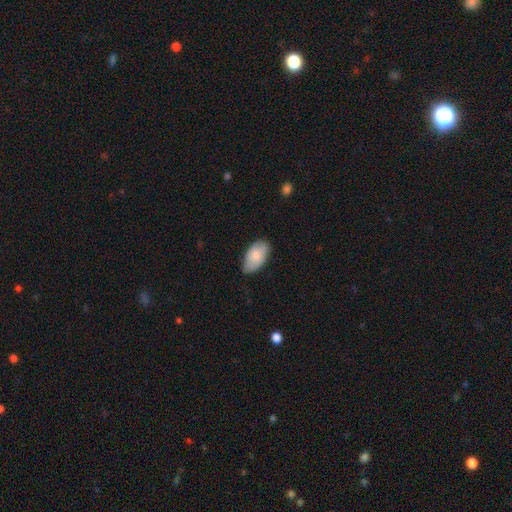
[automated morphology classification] A smooth galaxy with no disk features (81%) that is in between round and cigar-shaped (95%).

Vote fractions:
- Smooth or featured? smooth: 81% / featured or disk: 14% / star or artifact: 6%
- How rounded? in between: 95% / round: 3% / cigar-shaped: 2%
- Merging? none: 73% / minor disturbance: 23% / major disturbance: 3% / merger: 1%